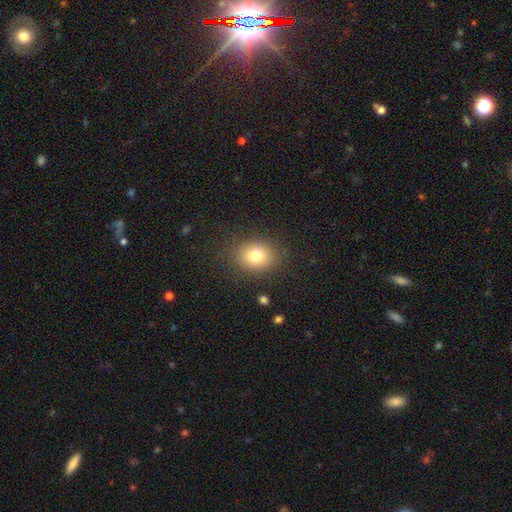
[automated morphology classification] This is clearly a smooth galaxy (81%). How rounded: possibly in between (50%). Merging: clearly none (86%).